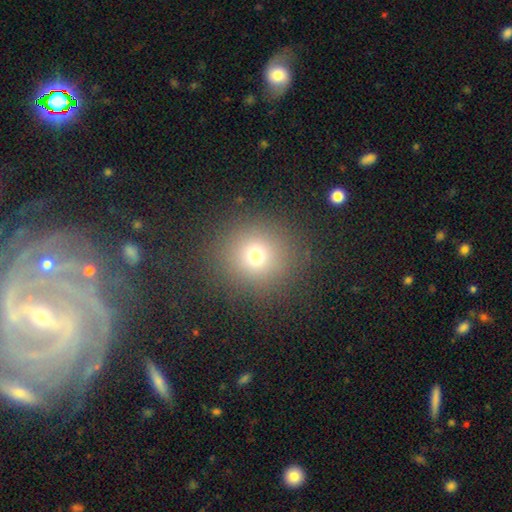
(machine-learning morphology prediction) Smooth or featured? Predicted: smooth (p=0.71). How rounded? Predicted: round (p=0.91). Merging? Predicted: none (p=0.87).